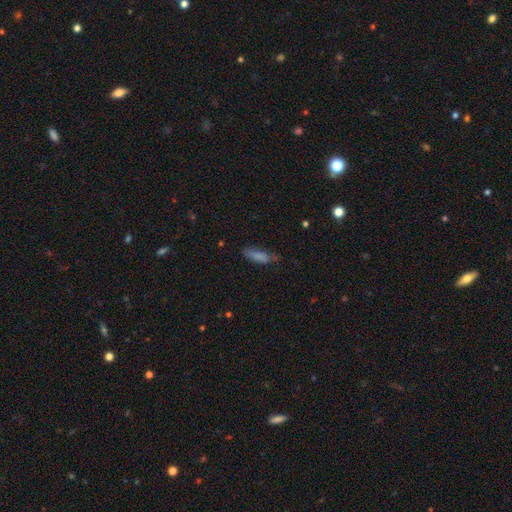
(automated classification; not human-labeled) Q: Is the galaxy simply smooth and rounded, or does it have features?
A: smooth — 65%.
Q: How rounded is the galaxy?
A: cigar-shaped — 55%.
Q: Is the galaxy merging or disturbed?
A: none — 69%.